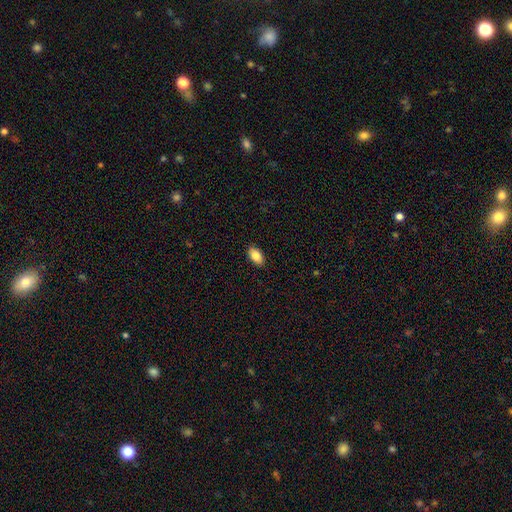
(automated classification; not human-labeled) A smooth galaxy with no disk features (84%) that is in between round and cigar-shaped (91%).

Vote fractions:
- Smooth or featured? smooth: 84% / featured or disk: 8% / star or artifact: 7%
- How rounded? in between: 91% / round: 7% / cigar-shaped: 2%
- Merging? none: 89% / minor disturbance: 8% / major disturbance: 2% / merger: 1%